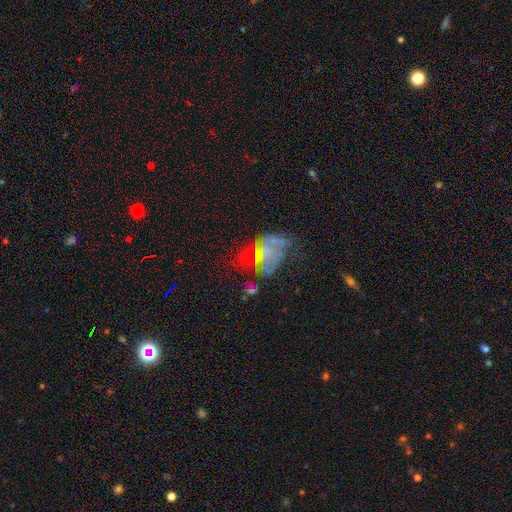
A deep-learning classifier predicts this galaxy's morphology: smooth-or-featured: featured or disk: 45% | star or artifact: 31% | smooth: 24%
  merging: none: 38% | major disturbance: 31% | minor disturbance: 21% | merger: 9%